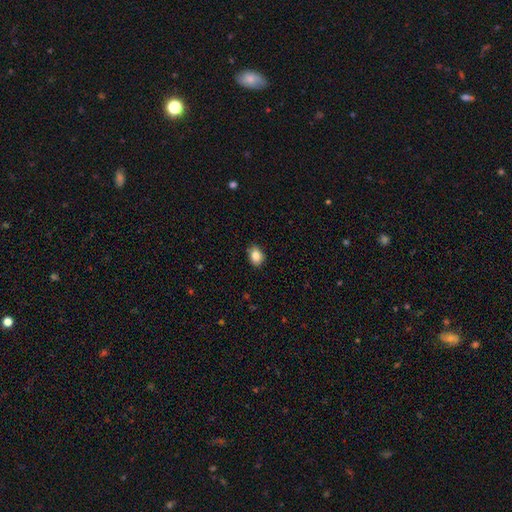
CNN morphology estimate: A smooth galaxy with no disk features (85%) that is in between round and cigar-shaped (66%).

Vote fractions:
- Smooth or featured? smooth: 85% / star or artifact: 9% / featured or disk: 6%
- How rounded? in between: 66% / round: 33% / cigar-shaped: 1%
- Merging? none: 84% / minor disturbance: 13% / major disturbance: 2% / merger: 1%